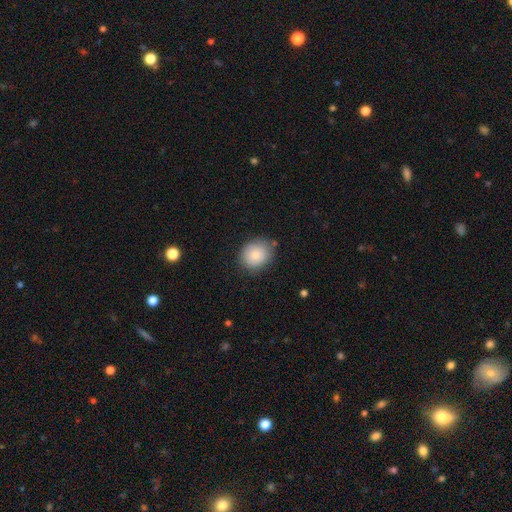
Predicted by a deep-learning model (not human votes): Smooth or featured?
  - smooth: 82% *
  - featured or disk: 9%
  - star or artifact: 9%
How rounded?
  - round: 69% *
  - in between: 30%
  - cigar-shaped: 1%
Merging?
  - none: 76% *
  - minor disturbance: 18%
  - major disturbance: 4%
  - merger: 3%